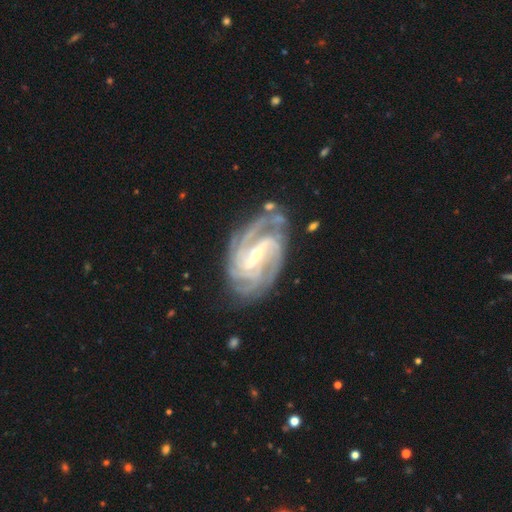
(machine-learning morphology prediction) type=featured or disk (93%); edge-on=no (97%); bar=strong (53%); spiral arms=yes (98%); winding=tight (62%); arm count=4 (33%); bulge=small (66%); merging=none (75%).